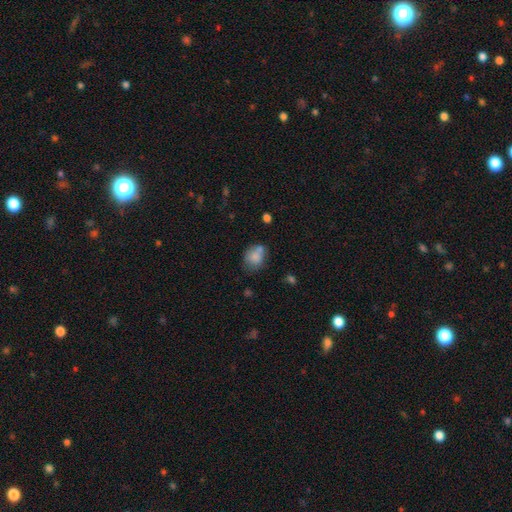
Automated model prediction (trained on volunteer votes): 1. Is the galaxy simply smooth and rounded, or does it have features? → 77% smooth, 13% featured or disk, 10% star or artifact.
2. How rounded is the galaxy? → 51% round, 48% in between, 1% cigar-shaped.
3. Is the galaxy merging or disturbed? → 44% none, 25% merger, 22% minor disturbance, 9% major disturbance.